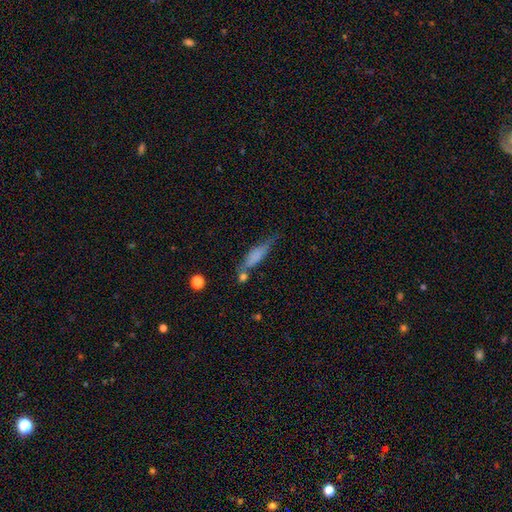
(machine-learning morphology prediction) A smooth galaxy with no disk features (62%) that is cigar-shaped (71%).

Vote fractions:
- Smooth or featured? smooth: 62% / featured or disk: 29% / star or artifact: 9%
- How rounded? cigar-shaped: 71% / in between: 26% / round: 3%
- Merging? none: 57% / minor disturbance: 22% / merger: 14% / major disturbance: 7%